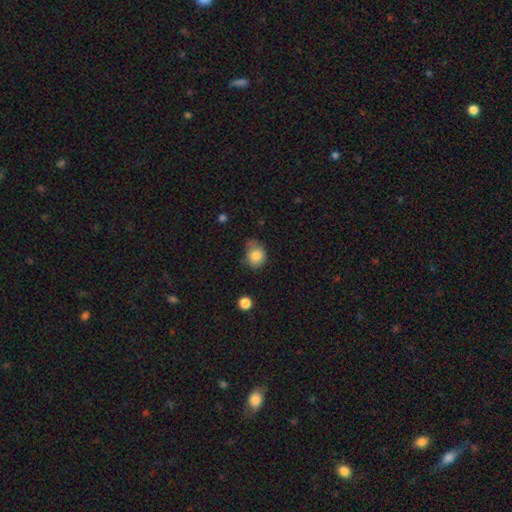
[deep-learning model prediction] Smooth or featured? Predicted: smooth (p=0.83). How rounded? Predicted: round (p=0.60). Merging? Predicted: none (p=0.48).